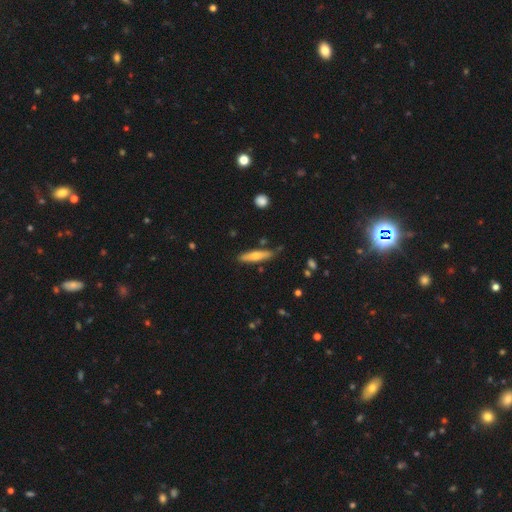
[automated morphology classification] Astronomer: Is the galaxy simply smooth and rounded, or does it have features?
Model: smooth — 62%.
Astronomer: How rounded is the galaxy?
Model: cigar-shaped — 81%.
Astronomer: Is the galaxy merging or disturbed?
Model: none — 77%.